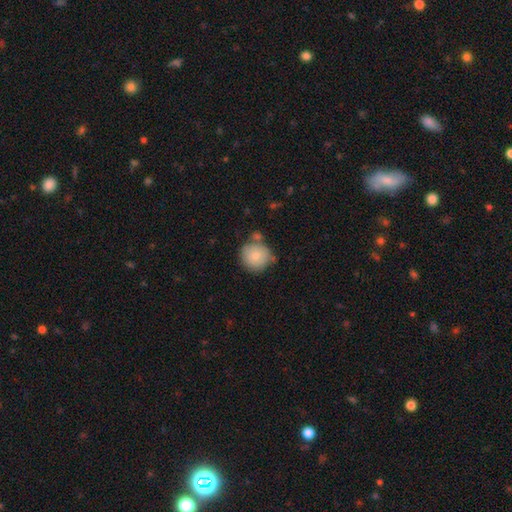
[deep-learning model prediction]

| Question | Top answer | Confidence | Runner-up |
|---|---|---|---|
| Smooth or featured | smooth | 80% | featured or disk (12%) |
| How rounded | round | 92% | in between (7%) |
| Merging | none | 65% | minor disturbance (17%) |